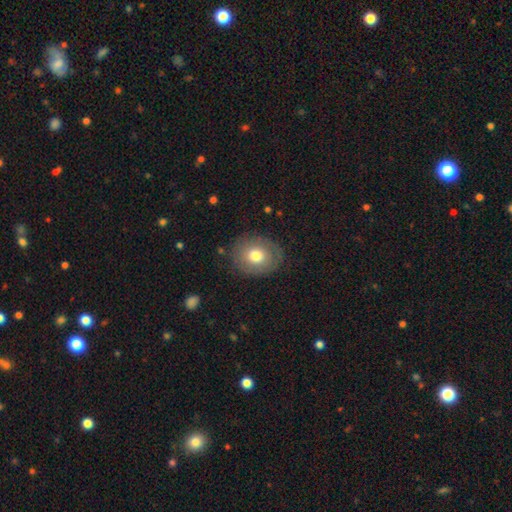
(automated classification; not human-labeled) Smooth or featured: smooth — 65% (featured or disk — 27%)
How rounded: round — 61% (in between — 38%)
Merging: none — 81% (minor disturbance — 13%)